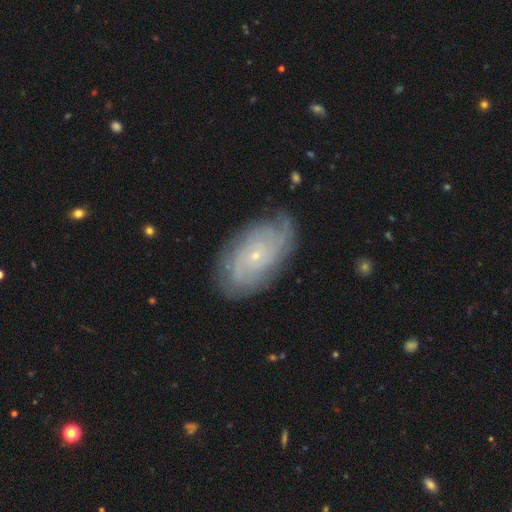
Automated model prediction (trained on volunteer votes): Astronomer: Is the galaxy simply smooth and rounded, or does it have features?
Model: featured or disk — 81%.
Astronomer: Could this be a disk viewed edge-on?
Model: no — 95%.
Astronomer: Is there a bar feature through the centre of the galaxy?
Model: no — 80%.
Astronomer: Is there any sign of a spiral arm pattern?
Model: yes — 94%.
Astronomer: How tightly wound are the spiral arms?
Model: tight — 70%.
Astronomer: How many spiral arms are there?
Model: can't tell — 38% (runner-up: 2, 20%).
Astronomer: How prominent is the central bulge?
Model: small — 85%.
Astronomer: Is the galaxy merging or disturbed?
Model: none — 78%.